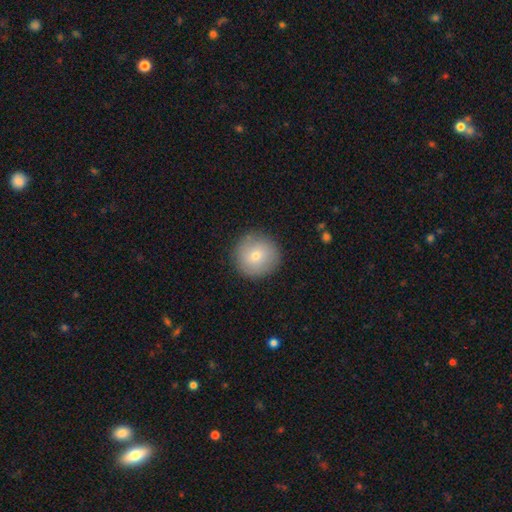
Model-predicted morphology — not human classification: smooth 75%, featured or disk 17%, star or artifact 8%. Down the decision tree: how rounded — round (95%); merging — none (89%).